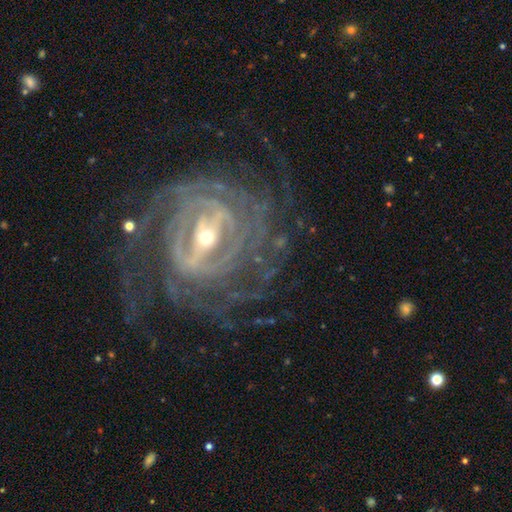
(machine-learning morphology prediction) A featured or disk galaxy (89%) with a strong bar (61%), tight (75%) spiral arms (95%) and a small central bulge (50%). Merging: none (71%).